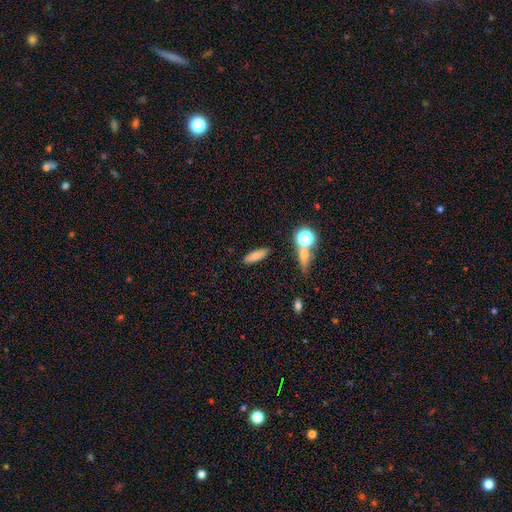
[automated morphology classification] smooth-or-featured: smooth: 78% | featured or disk: 11% | star or artifact: 11%
  how-rounded: cigar-shaped: 51% | in between: 44% | round: 5%
  merging: none: 84% | minor disturbance: 9% | merger: 5% | major disturbance: 3%